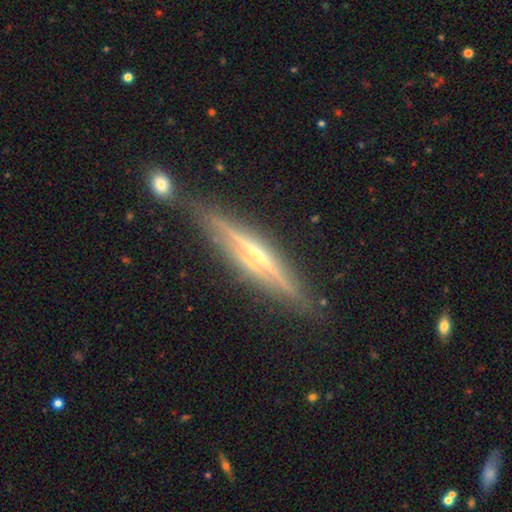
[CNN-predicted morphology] smooth-or-featured: featured or disk: 84% | smooth: 9% | star or artifact: 7%
  disk-edge-on: yes: 97% | no: 3%
    edge-on-bulge: rounded: 65% | none: 25% | boxy: 10%
  merging: none: 85% | minor disturbance: 9% | merger: 3% | major disturbance: 2%